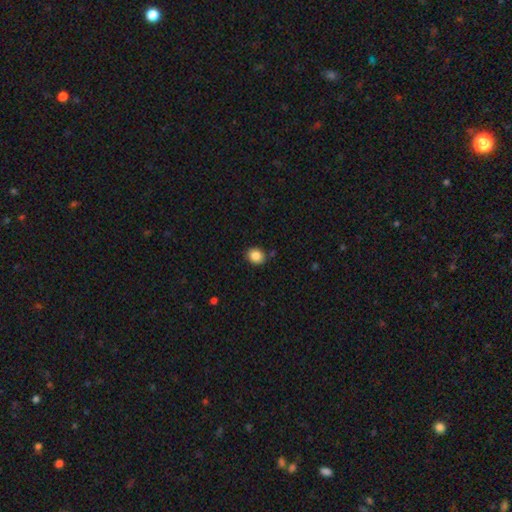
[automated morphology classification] This is clearly a smooth galaxy (86%). How rounded: likely round (62%). Merging: clearly none (85%).